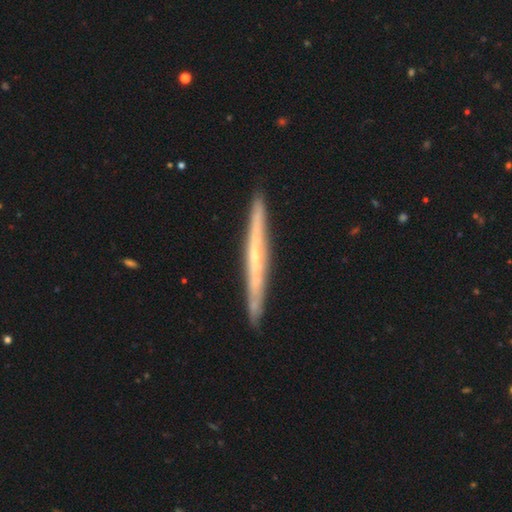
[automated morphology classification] This is likely a featured or disk galaxy (69%). It is clearly viewed edge-on (96%). Edge-on bulge: possibly none (60%). Merging: clearly none (90%).